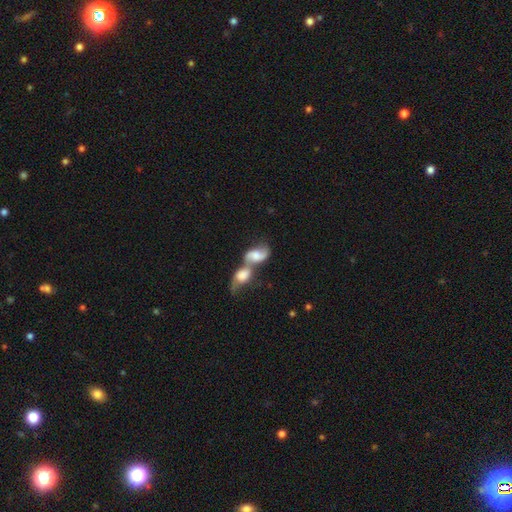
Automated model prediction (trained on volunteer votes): This is possibly a featured or disk galaxy (58%). It is clearly not viewed edge-on (94%). Bar: possibly no (56%). Spiral arm pattern: clearly yes (82%). Central bulge: marginally moderate (36%). Merging: likely merger (80%).